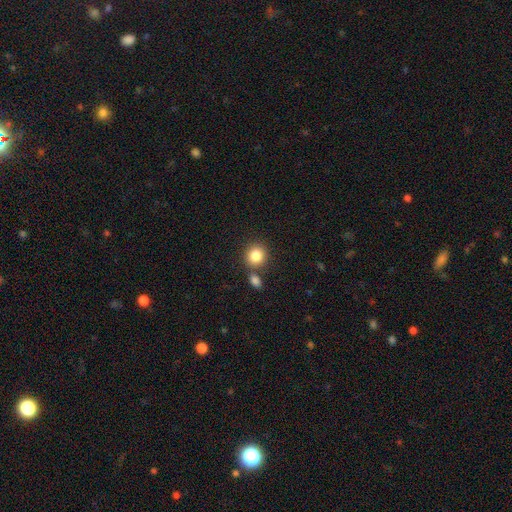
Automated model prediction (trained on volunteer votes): Smooth or featured? Predicted: smooth (p=0.85). How rounded? Predicted: round (p=0.83). Merging? Predicted: none (p=0.70).